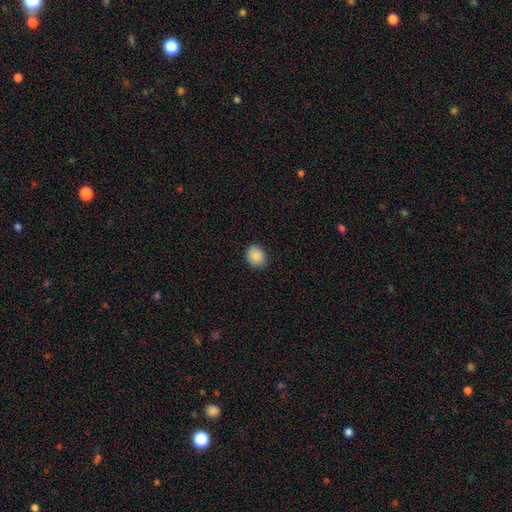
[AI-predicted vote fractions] Smooth or featured: smooth — 88% (star or artifact — 8%)
How rounded: round — 55% (in between — 44%)
Merging: none — 87% (minor disturbance — 10%)